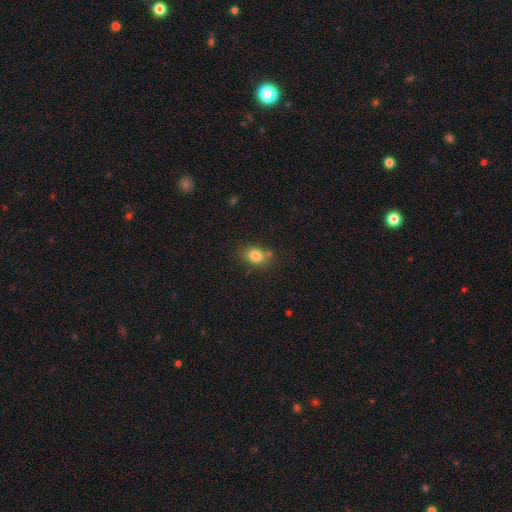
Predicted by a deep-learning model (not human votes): Smooth or featured: smooth — 82% (star or artifact — 10%)
How rounded: in between — 62% (round — 37%)
Merging: none — 73% (minor disturbance — 15%)